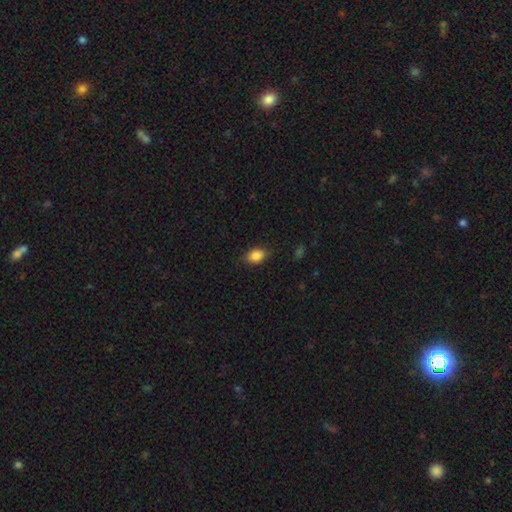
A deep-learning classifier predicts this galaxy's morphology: smooth_or_featured: smooth (p=0.86) [alt: star or artifact p=0.09]
how_rounded: in between (p=0.75) [alt: round p=0.24]
merging: none (p=0.81) [alt: minor disturbance p=0.15]